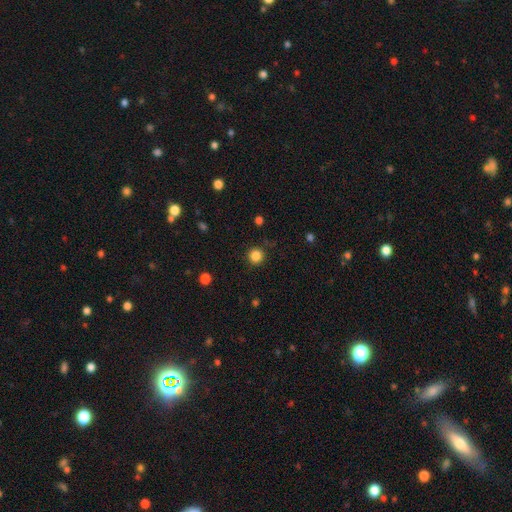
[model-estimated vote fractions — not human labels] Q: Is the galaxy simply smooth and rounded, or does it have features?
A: smooth — 84%.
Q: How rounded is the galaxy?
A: round — 94%.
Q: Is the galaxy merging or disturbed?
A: none — 90%.